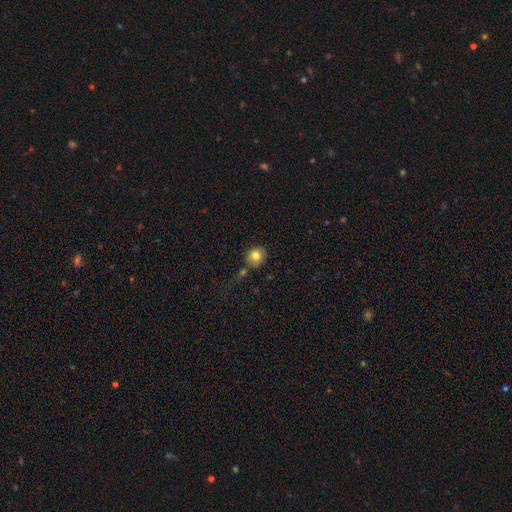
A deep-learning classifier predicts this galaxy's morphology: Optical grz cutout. It shows a smooth galaxy with no disk features (80%) that is round (83%). Merging: none (71%).